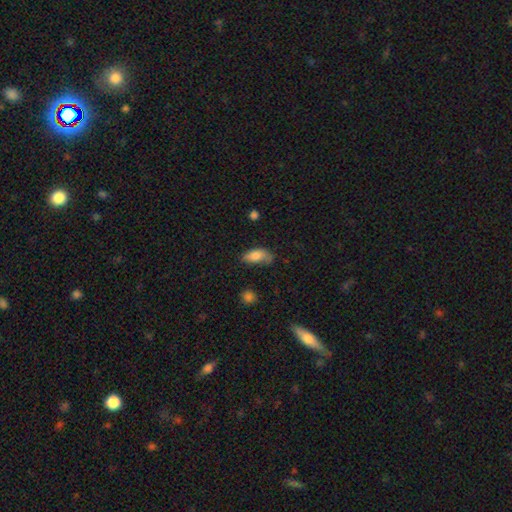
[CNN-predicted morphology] A smooth galaxy with no disk features (81%) that is in between round and cigar-shaped (87%). Merging: none (51%).